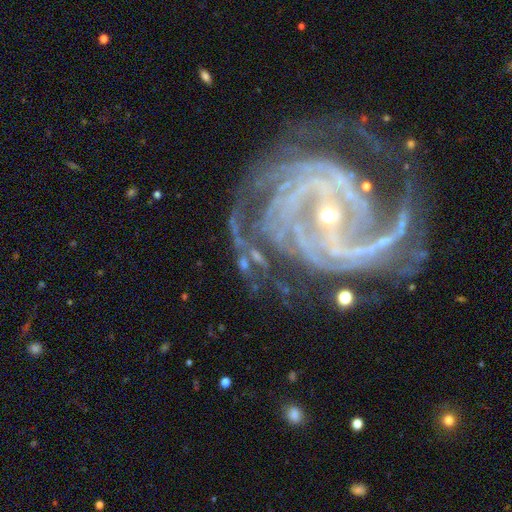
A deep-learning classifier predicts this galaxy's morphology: Smooth or featured: featured or disk — 86% (star or artifact — 9%)
Edge-on disk: no — 96% (yes — 4%)
Bar: strong — 43% (no — 31%)
Spiral arms: yes — 97% (no — 3%)
Spiral winding: tight — 61% (medium — 30%)
Spiral arm count: 2 — 25% (3 — 19%)
Bulge size: small — 71% (moderate — 23%)
Merging: none — 58% (minor disturbance — 20%)